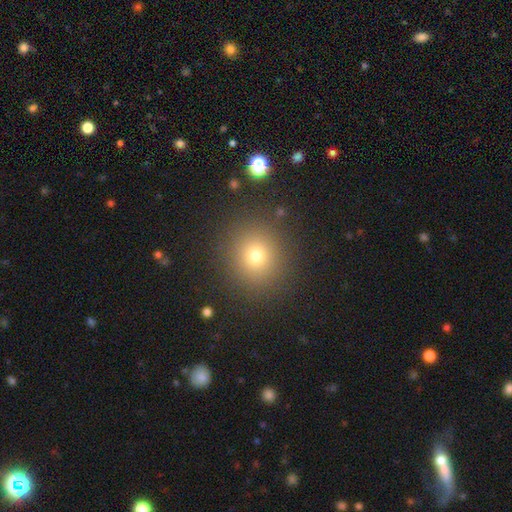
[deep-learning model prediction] Overall: smooth (73%). How rounded: round (89%). Merging: none (89%).